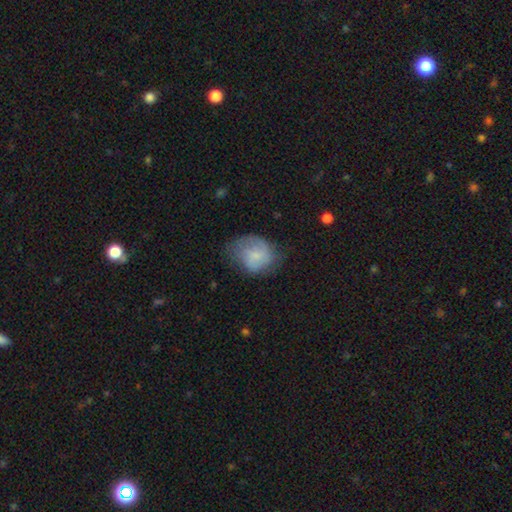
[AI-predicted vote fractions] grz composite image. It shows a smooth galaxy with no disk features (57%) that is round (59%). Merging: none (46%).